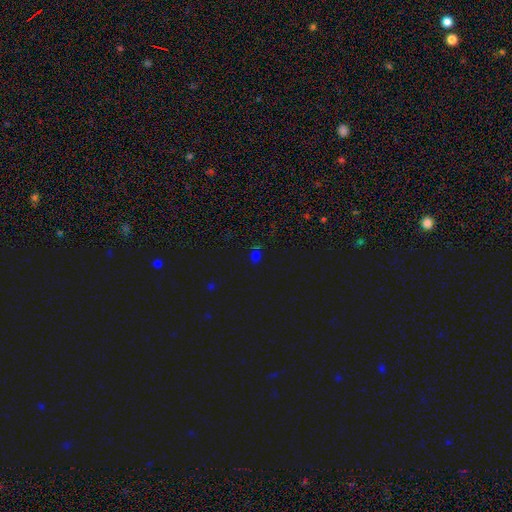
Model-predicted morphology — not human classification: A smooth galaxy with no disk features (47%).

Vote fractions:
- Smooth or featured? smooth: 47% / star or artifact: 46% / featured or disk: 6%
- Merging? none: 66% / minor disturbance: 16% / merger: 11% / major disturbance: 7%